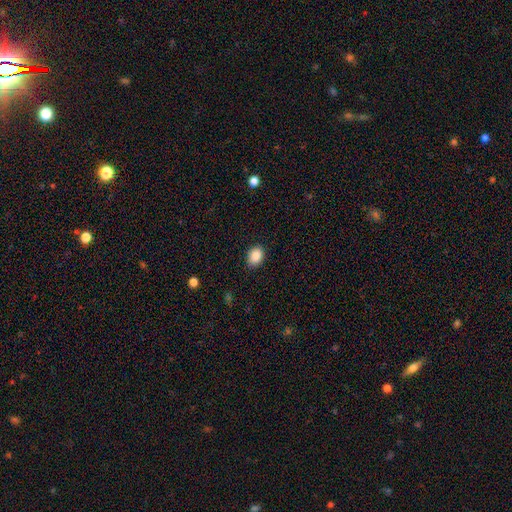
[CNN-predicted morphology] A smooth galaxy with no disk features (89%) that is in between round and cigar-shaped (71%).

Vote fractions:
- Smooth or featured? smooth: 89% / star or artifact: 8% / featured or disk: 3%
- How rounded? in between: 71% / round: 28% / cigar-shaped: 1%
- Merging? none: 86% / minor disturbance: 11% / major disturbance: 2% / merger: 1%